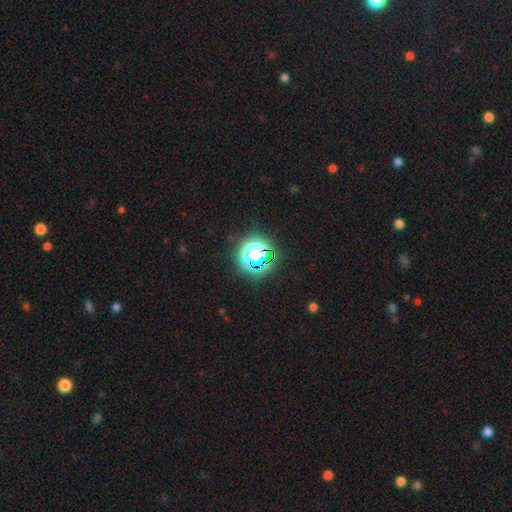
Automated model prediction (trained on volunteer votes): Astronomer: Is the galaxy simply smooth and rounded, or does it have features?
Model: star or artifact — 61%.